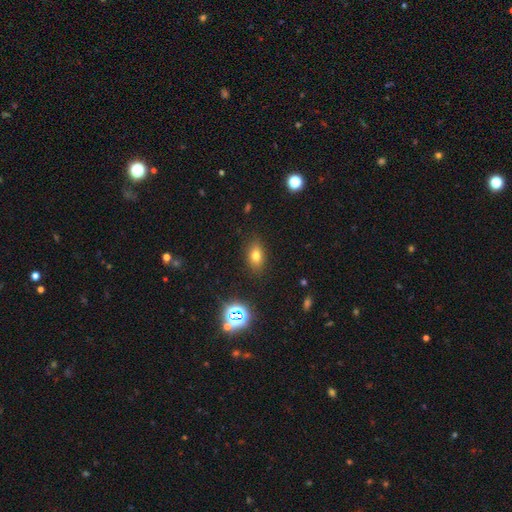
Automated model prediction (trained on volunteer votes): smooth 71%, star or artifact 17%, featured or disk 12%. Down the decision tree: how rounded — in between (78%); merging — none (86%).